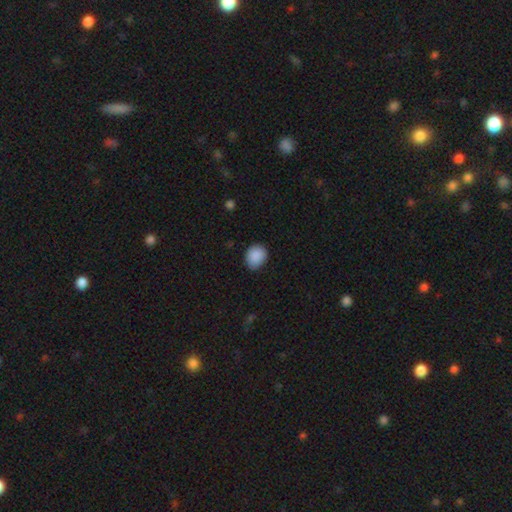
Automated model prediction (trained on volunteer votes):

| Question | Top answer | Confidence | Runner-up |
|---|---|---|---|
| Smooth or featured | smooth | 89% | star or artifact (8%) |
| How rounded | round | 57% | in between (43%) |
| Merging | none | 78% | minor disturbance (18%) |